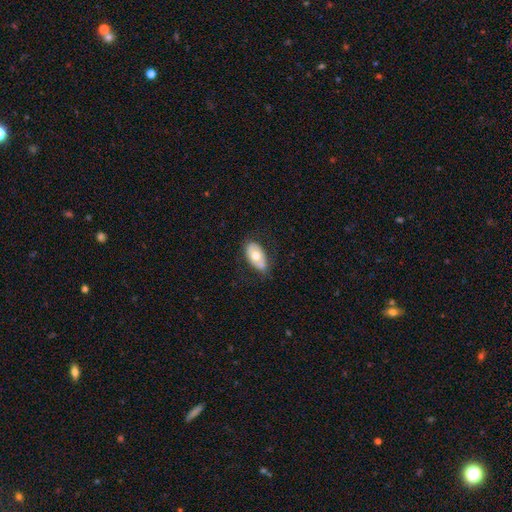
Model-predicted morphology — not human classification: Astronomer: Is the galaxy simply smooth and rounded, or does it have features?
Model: smooth — 59% (runner-up: featured or disk, 35%).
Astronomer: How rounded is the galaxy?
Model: in between — 92%.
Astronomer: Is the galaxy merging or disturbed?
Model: none — 73%.